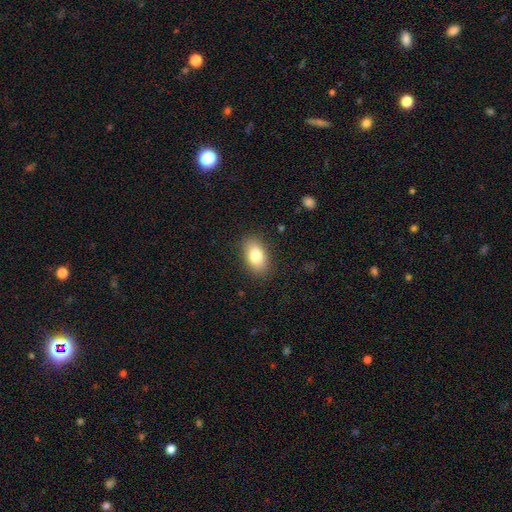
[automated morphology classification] Smooth or featured?
  - smooth: 81% *
  - featured or disk: 11%
  - star or artifact: 7%
How rounded?
  - in between: 91% *
  - round: 7%
  - cigar-shaped: 2%
Merging?
  - none: 86% *
  - minor disturbance: 10%
  - major disturbance: 3%
  - merger: 1%